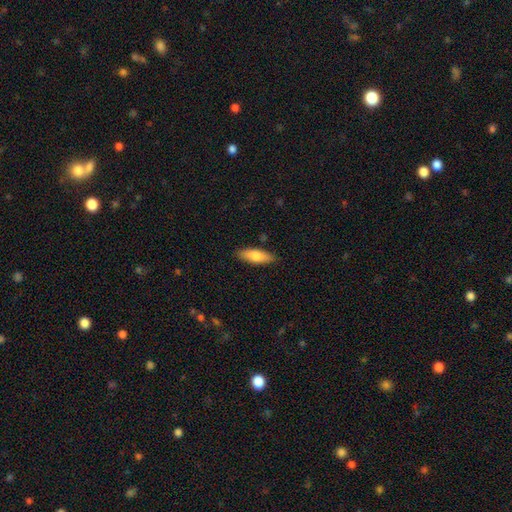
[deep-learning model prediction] A smooth galaxy with no disk features (75%) that is in between round and cigar-shaped (59%). Merging: none (87%).